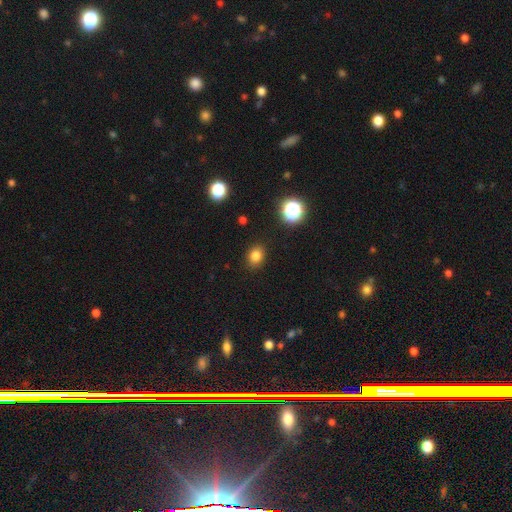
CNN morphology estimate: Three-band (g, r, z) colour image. It shows a smooth galaxy with no disk features (80%) that is round (51%). Merging: none (87%).